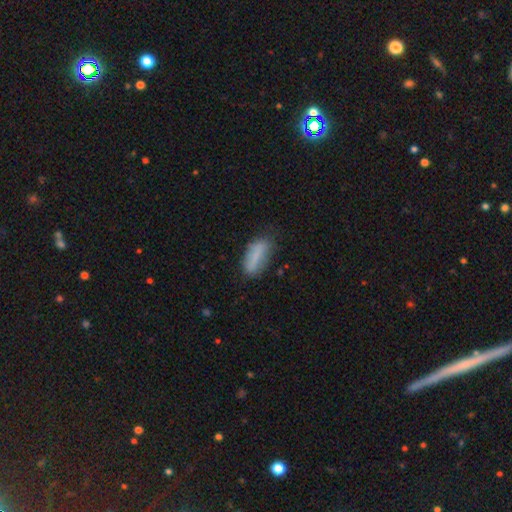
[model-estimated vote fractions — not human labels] Smooth or featured?
  - smooth: 74% *
  - featured or disk: 18%
  - star or artifact: 8%
How rounded?
  - in between: 72% *
  - cigar-shaped: 25%
  - round: 3%
Merging?
  - none: 64% *
  - minor disturbance: 25%
  - major disturbance: 8%
  - merger: 3%